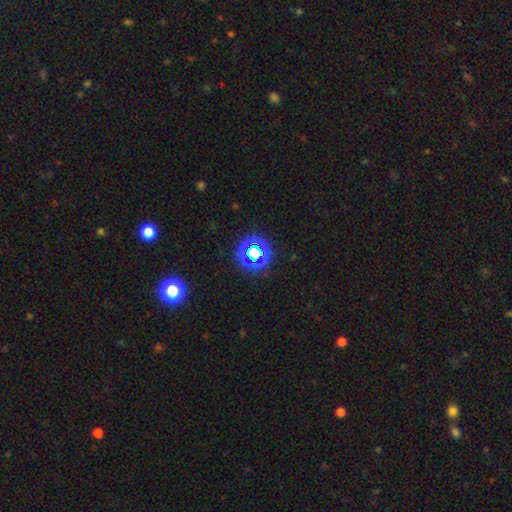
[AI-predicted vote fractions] Morphology: type=star or artifact (67%).